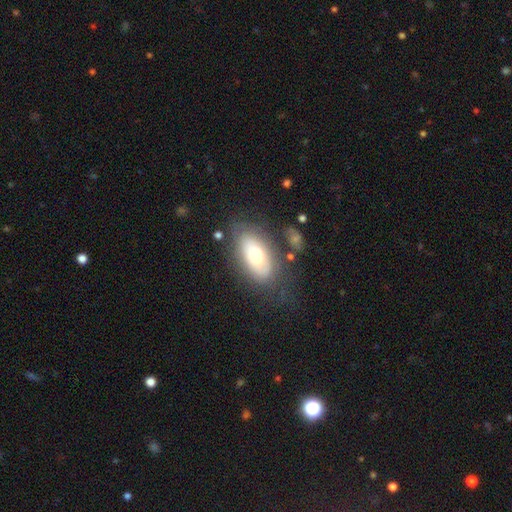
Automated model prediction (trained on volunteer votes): Smooth or featured: smooth — 58% (featured or disk — 34%)
How rounded: in between — 91% (cigar-shaped — 5%)
Merging: none — 65% (minor disturbance — 20%)